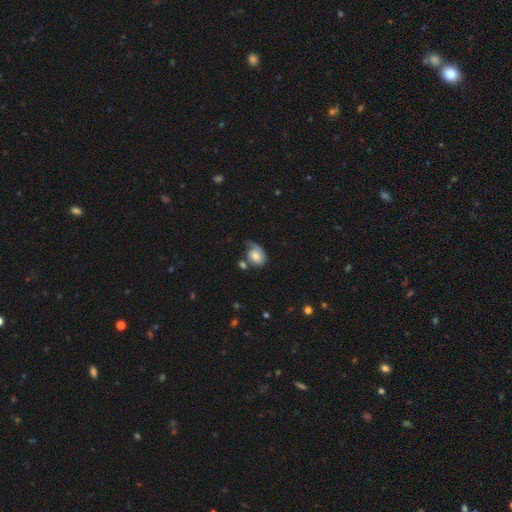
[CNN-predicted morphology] Smooth or featured?
  - smooth: 52% *
  - featured or disk: 40%
  - star or artifact: 8%
How rounded?
  - in between: 66% *
  - round: 32%
  - cigar-shaped: 1%
Merging?
  - none: 34% *
  - minor disturbance: 27%
  - major disturbance: 26%
  - merger: 13%